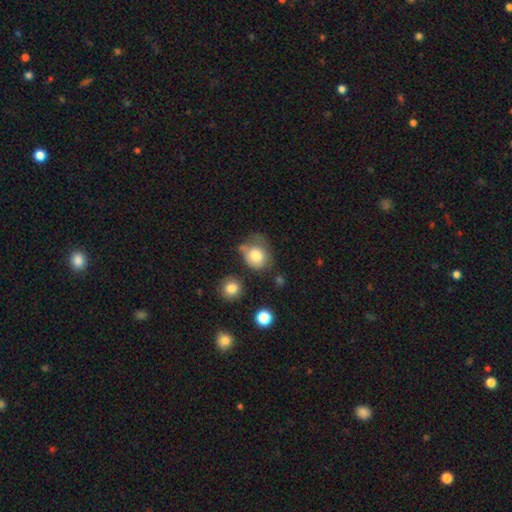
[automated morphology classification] smooth-or-featured: smooth: 78% | featured or disk: 13% | star or artifact: 9%
  how-rounded: round: 66% | in between: 33% | cigar-shaped: 1%
  merging: none: 41% | minor disturbance: 30% | major disturbance: 18% | merger: 10%